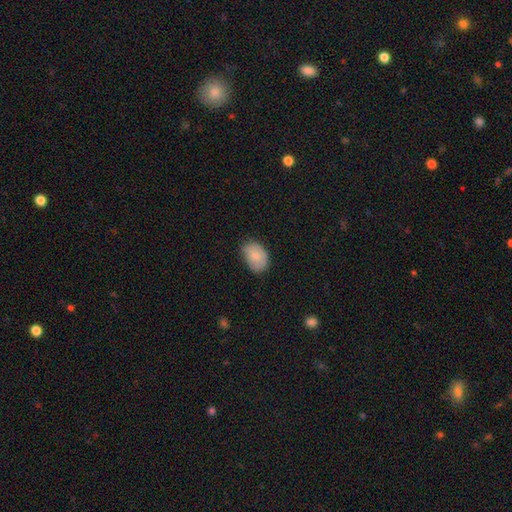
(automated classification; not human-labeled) This appears to be a smooth galaxy with no disk features (80%) that is in between round and cigar-shaped (83%). Merging: none (62%).